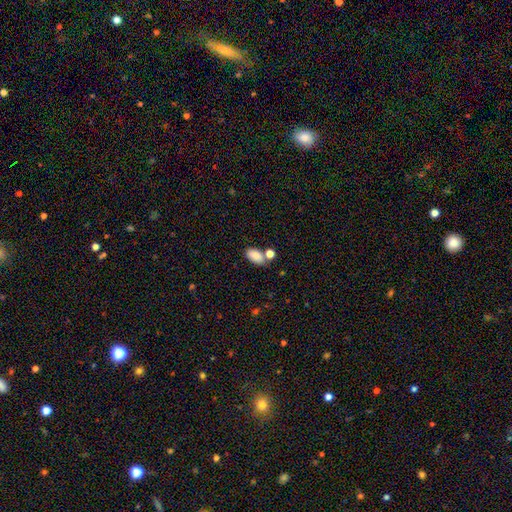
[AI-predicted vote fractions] This appears to be a smooth galaxy with no disk features (85%) that is in between round and cigar-shaped (91%). Merging: none (59%).